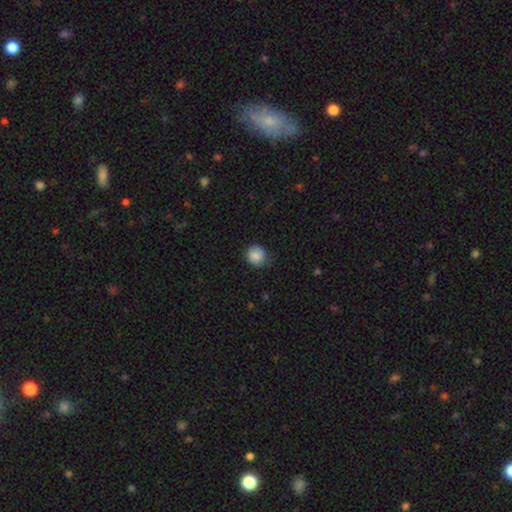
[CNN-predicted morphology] Q: Smooth or featured?
A: smooth (85%); runner-up: star or artifact (8%)
Q: How rounded?
A: round (86%); runner-up: in between (13%)
Q: Merging?
A: none (74%); runner-up: minor disturbance (20%)